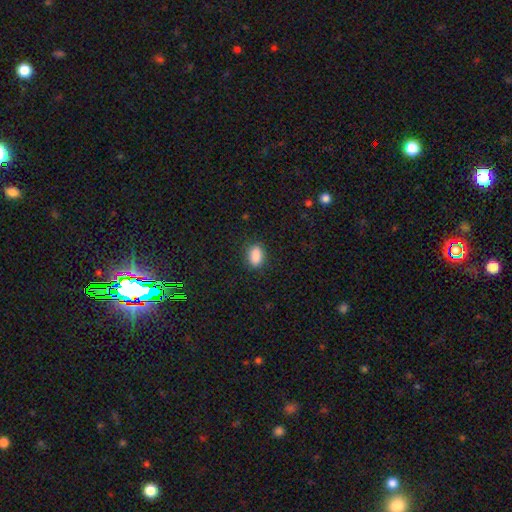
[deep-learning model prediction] smooth_or_featured: smooth (p=0.89) [alt: star or artifact p=0.08]
how_rounded: in between (p=0.87) [alt: round p=0.10]
merging: none (p=0.87) [alt: minor disturbance p=0.10]